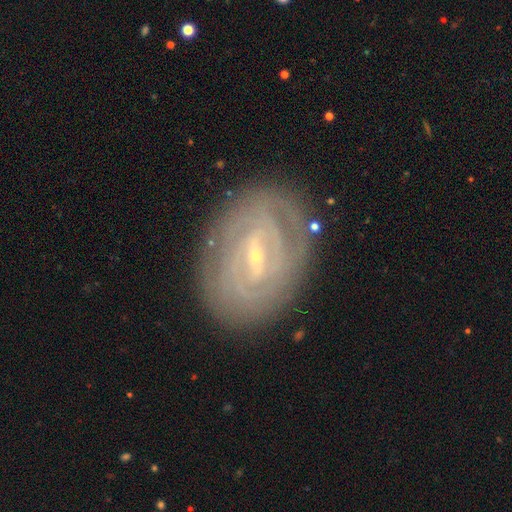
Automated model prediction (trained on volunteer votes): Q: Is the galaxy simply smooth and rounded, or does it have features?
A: featured or disk — 83%.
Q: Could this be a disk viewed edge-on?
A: no — 95%.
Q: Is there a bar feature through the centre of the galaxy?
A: strong — 44%.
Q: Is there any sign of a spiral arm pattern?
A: yes — 83%.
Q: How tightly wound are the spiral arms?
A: tight — 79%.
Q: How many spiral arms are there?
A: can't tell — 46%.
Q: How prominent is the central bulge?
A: small — 77%.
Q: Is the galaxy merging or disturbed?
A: none — 83%.